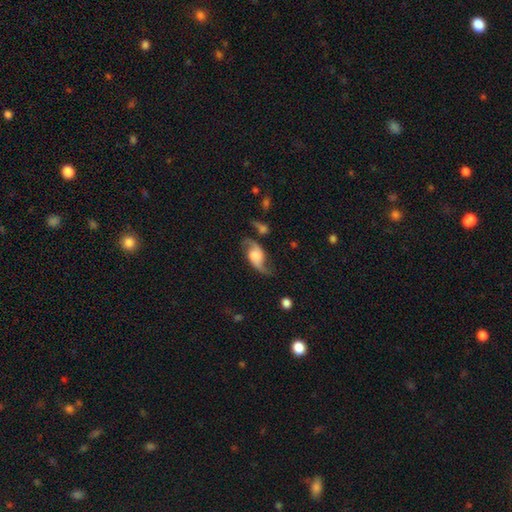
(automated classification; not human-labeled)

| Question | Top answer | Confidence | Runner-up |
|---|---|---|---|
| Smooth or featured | featured or disk | 80% | smooth (14%) |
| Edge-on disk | no | 94% | yes (6%) |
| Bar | no | 61% | weak (31%) |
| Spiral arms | yes | 95% | no (5%) |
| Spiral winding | loose | 72% | medium (22%) |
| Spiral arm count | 2 | 92% | 1 (3%) |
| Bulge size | large | 36% | moderate (26%) |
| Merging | none | 65% | minor disturbance (20%) |